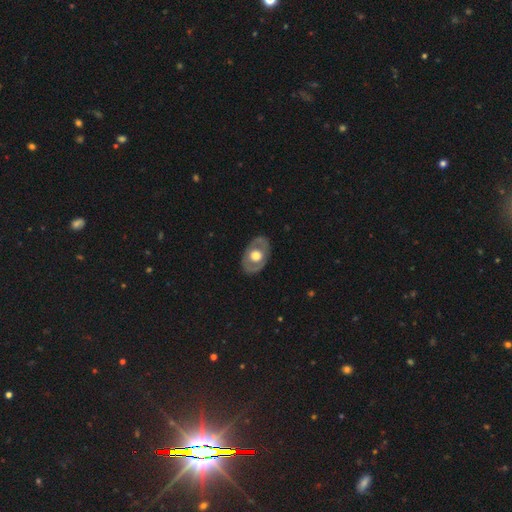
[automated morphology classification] type=featured or disk (54%); edge-on=no (90%); merging=none (81%).